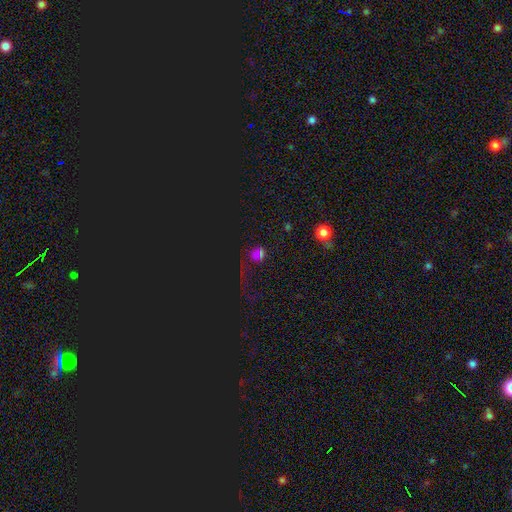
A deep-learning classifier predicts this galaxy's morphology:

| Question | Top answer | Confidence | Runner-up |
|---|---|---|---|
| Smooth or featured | star or artifact | 63% | smooth (25%) |